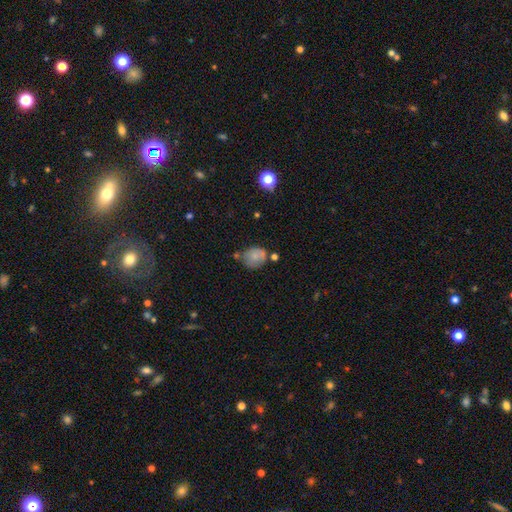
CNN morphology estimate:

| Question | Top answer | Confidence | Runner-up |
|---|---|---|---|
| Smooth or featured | smooth | 73% | featured or disk (17%) |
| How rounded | round | 60% | in between (39%) |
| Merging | none | 50% | minor disturbance (27%) |